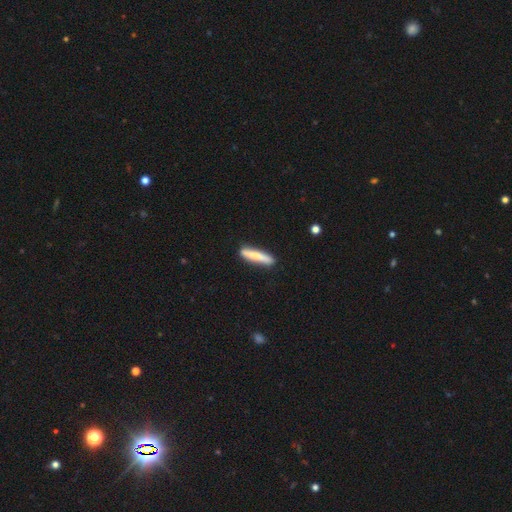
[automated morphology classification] The model was most divided on "smooth or featured": smooth: 76%, featured or disk: 19%, star or artifact: 6%. More confident: how rounded — cigar-shaped (91%); merging — none (84%).